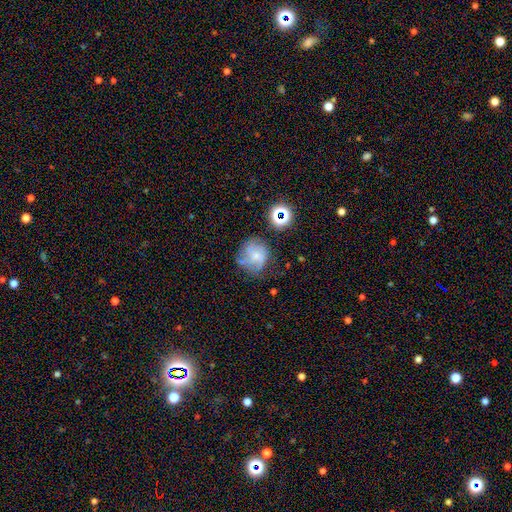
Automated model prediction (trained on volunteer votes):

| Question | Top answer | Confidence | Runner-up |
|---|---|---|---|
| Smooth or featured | featured or disk | 42% | tied: smooth (42%) |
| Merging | none | 54% | minor disturbance (25%) |